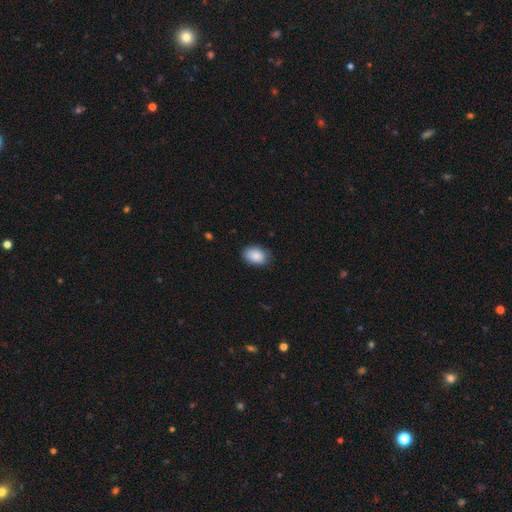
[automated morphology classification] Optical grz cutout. It shows a smooth galaxy with no disk features (88%) that is in between round and cigar-shaped (80%). Merging: none (80%).